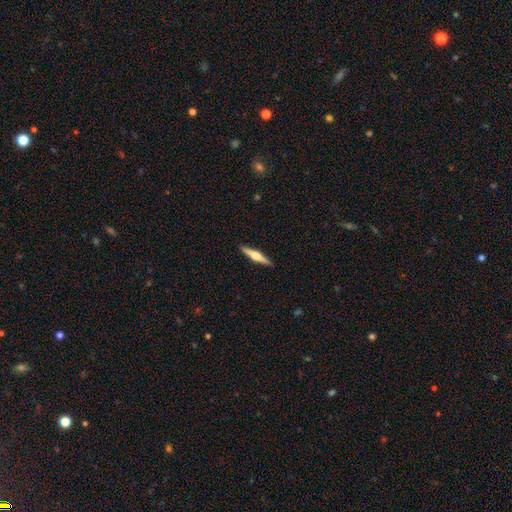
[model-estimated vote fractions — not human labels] Smooth or featured? featured or disk (58%)
Edge-on disk? yes (97%)
Edge-on bulge? rounded (85%)
Merging? none (91%)